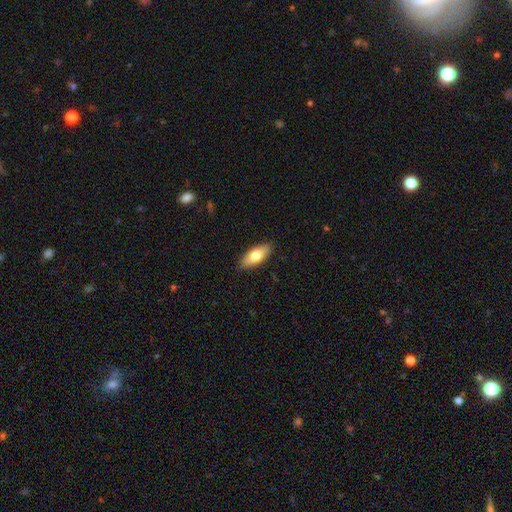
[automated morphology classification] This is likely a smooth galaxy (72%). How rounded: likely in between (80%). Merging: clearly none (88%).